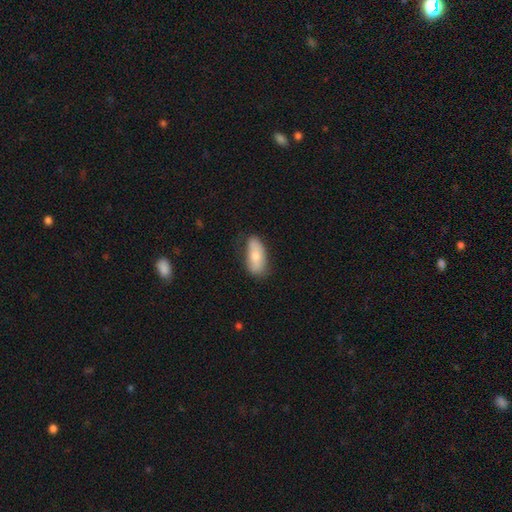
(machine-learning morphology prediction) Smooth or featured? Predicted: smooth (p=0.73). How rounded? Predicted: in between (p=0.86). Merging? Predicted: none (p=0.68).